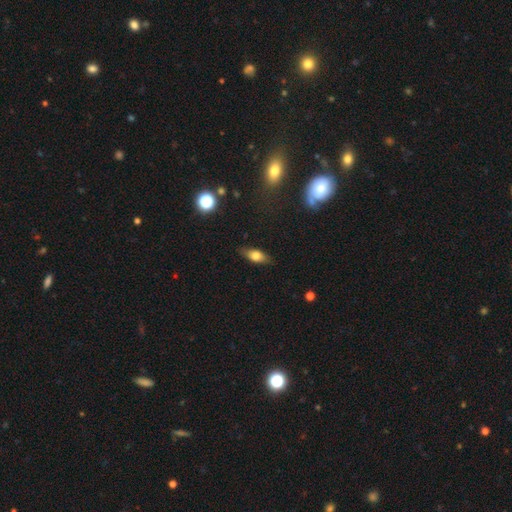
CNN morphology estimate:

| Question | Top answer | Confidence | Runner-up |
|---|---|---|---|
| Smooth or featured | smooth | 70% | featured or disk (21%) |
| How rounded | in between | 77% | cigar-shaped (17%) |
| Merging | none | 84% | minor disturbance (13%) |